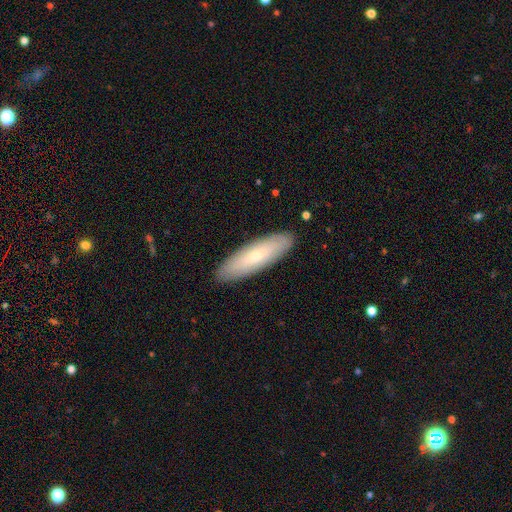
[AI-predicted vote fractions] smooth-or-featured: smooth: 60% | featured or disk: 34% | star or artifact: 6%
  how-rounded: cigar-shaped: 60% | in between: 38% | round: 2%
  merging: none: 89% | minor disturbance: 8% | major disturbance: 2% | merger: 1%